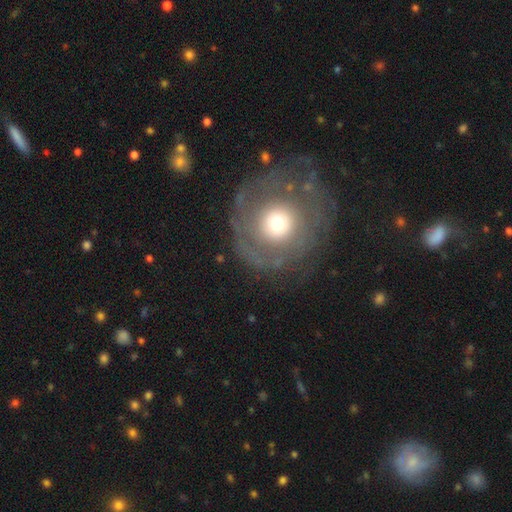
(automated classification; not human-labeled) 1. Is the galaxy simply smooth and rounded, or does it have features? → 50% featured or disk, 40% smooth, 10% star or artifact.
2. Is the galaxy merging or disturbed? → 66% none, 17% minor disturbance, 15% major disturbance, 2% merger.